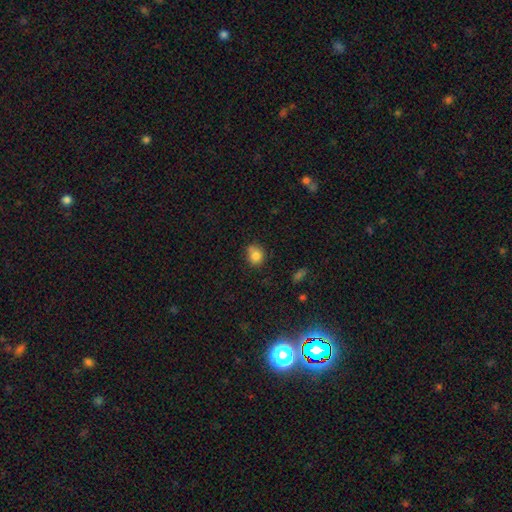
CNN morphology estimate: type=smooth (82%); roundness=round (64%); merging=none (65%).